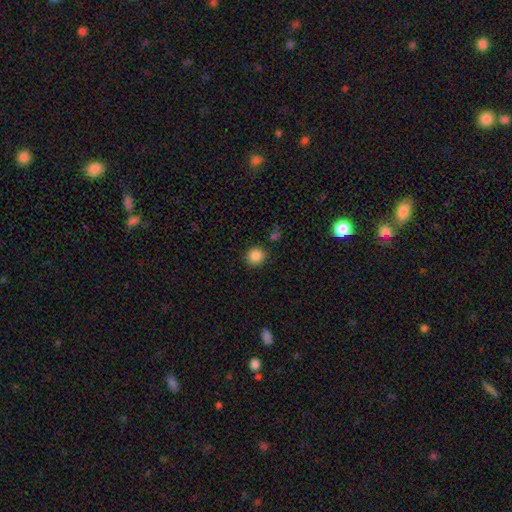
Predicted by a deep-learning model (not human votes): This appears to be a smooth galaxy with no disk features (87%) that is round (86%). Merging: none (86%).